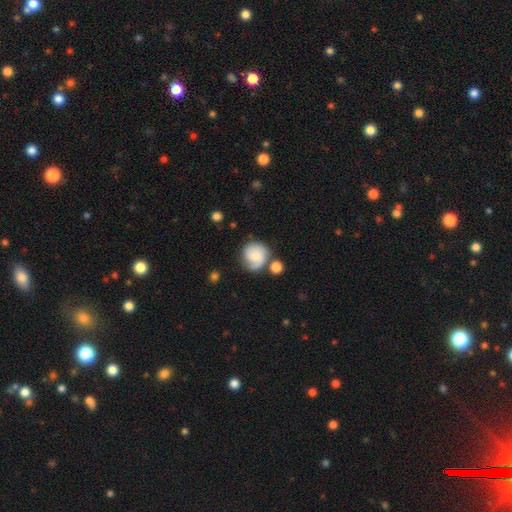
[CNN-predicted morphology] Smooth or featured?
  - featured or disk: 50% *
  - smooth: 42%
  - star or artifact: 8%
Merging?
  - none: 57% *
  - minor disturbance: 21%
  - merger: 12%
  - major disturbance: 11%